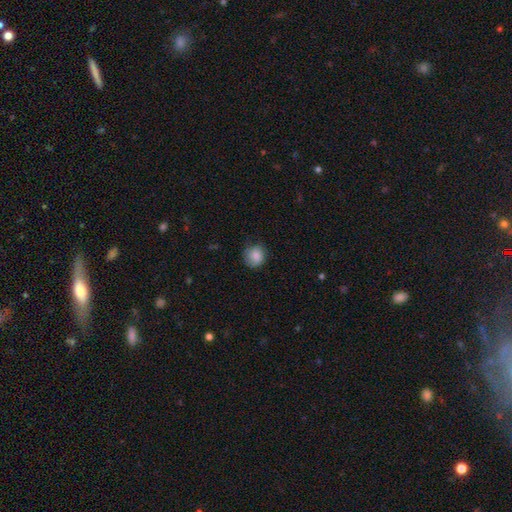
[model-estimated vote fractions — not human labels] Smooth or featured: smooth — 86% (star or artifact — 8%)
How rounded: round — 80% (in between — 19%)
Merging: none — 69% (minor disturbance — 24%)